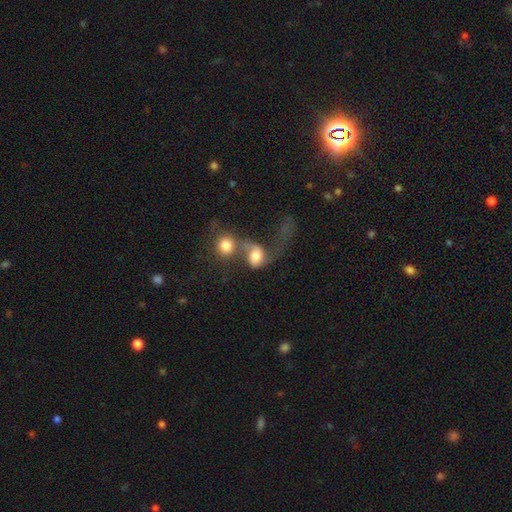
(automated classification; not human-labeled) A smooth galaxy with no disk features (52%) that is round (57%). Merging: merger (72%).